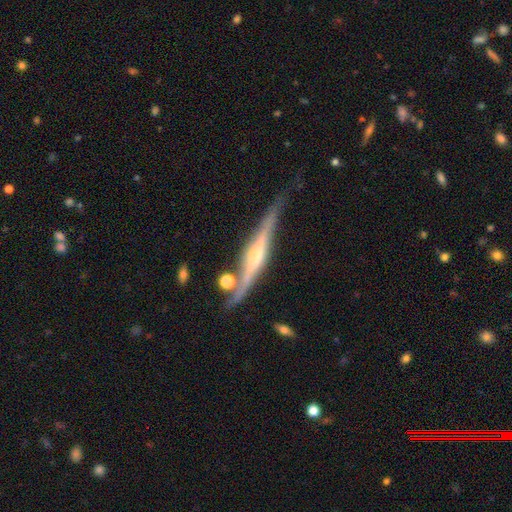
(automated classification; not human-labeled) A featured or disk galaxy (78%) viewed edge-on (97%) with a rounded central bulge (71%). Merging: none (77%).